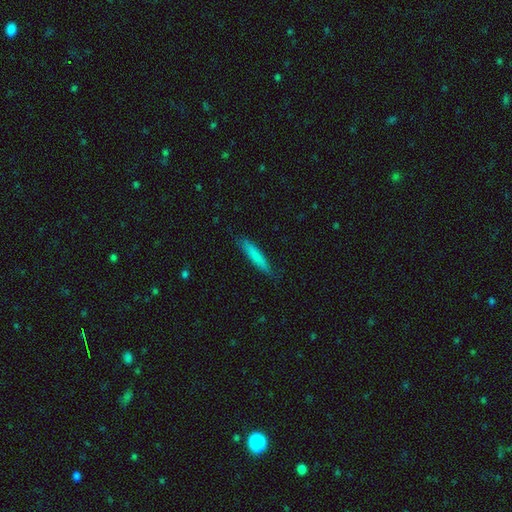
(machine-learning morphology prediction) This is likely a smooth galaxy (78%). How rounded: clearly cigar-shaped (90%). Merging: clearly none (85%).